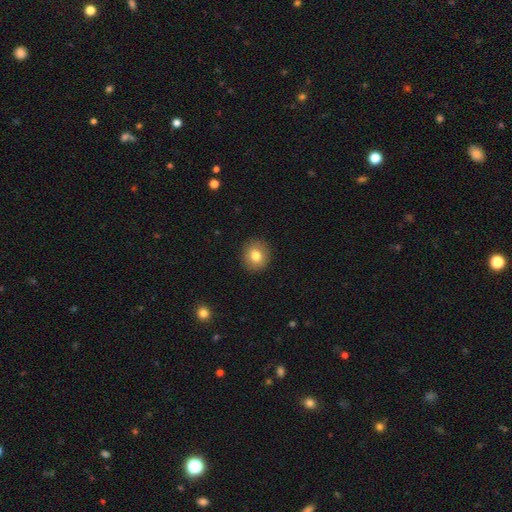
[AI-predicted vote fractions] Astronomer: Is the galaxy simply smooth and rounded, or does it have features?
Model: smooth — 79%.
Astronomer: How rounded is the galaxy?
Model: round — 85%.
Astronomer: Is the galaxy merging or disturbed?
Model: none — 91%.